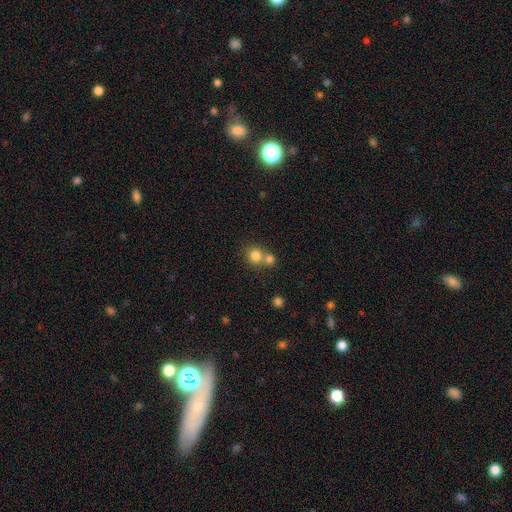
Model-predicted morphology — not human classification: smooth 81%, star or artifact 11%, featured or disk 8%. Down the decision tree: how rounded — round (86%); merging — none (48%).